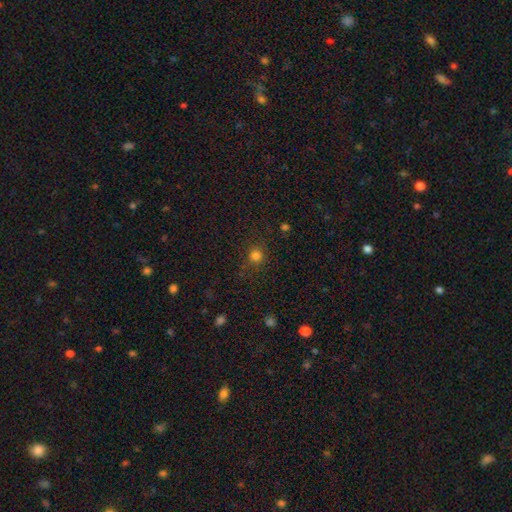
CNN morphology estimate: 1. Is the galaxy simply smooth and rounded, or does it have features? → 78% smooth, 17% star or artifact, 5% featured or disk.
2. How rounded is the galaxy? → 90% round, 9% in between, 1% cigar-shaped.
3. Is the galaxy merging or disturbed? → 83% none, 10% minor disturbance, 4% major disturbance, 2% merger.